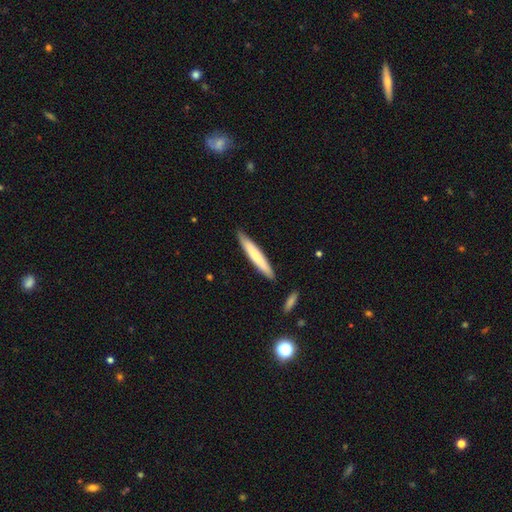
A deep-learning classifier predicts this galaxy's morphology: Overall: smooth (69%). How rounded: cigar-shaped (94%). Merging: none (87%).